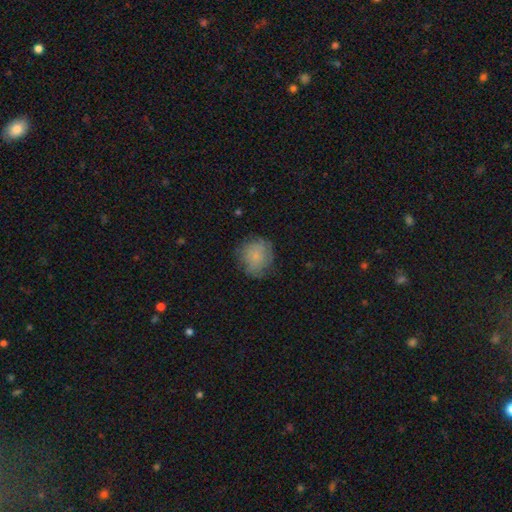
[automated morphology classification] smooth_or_featured: smooth (p=0.74) [alt: featured or disk p=0.17]
how_rounded: round (p=0.85) [alt: in between p=0.14]
merging: none (p=0.72) [alt: minor disturbance p=0.20]